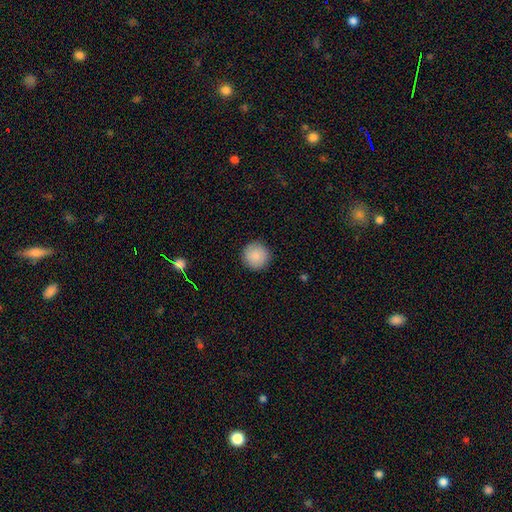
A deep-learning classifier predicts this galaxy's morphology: smooth 88%, star or artifact 8%, featured or disk 5%. Down the decision tree: how rounded — round (96%); merging — none (92%).